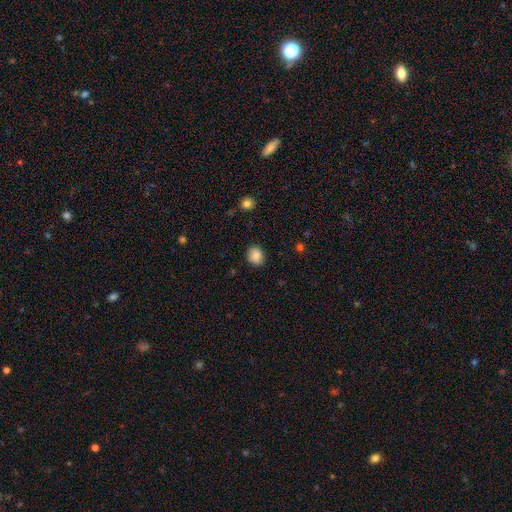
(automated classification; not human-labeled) This is clearly a smooth galaxy (87%). How rounded: likely round (64%). Merging: clearly none (86%).